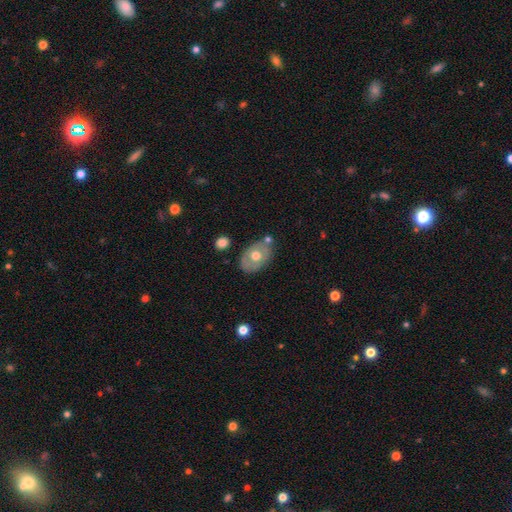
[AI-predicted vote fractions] Smooth or featured? Predicted: smooth (p=0.52). How rounded? Predicted: in between (p=0.80). Merging? Predicted: none (p=0.68).